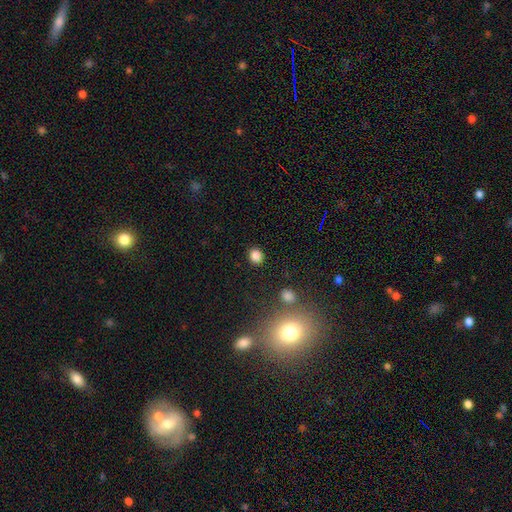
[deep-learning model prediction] Morphology: type=smooth (84%); roundness=round (71%); merging=none (88%).